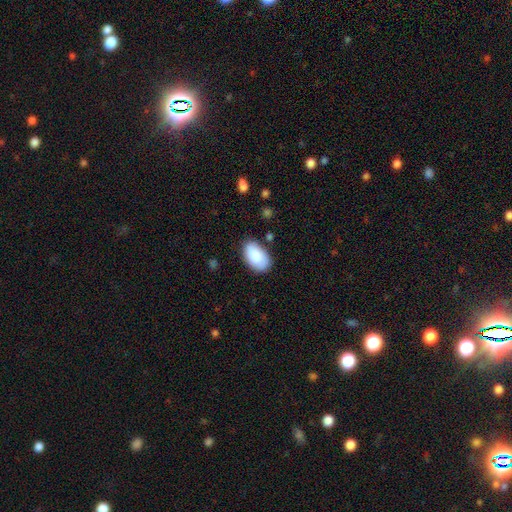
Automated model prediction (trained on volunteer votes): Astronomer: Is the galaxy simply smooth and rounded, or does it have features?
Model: smooth — 88%.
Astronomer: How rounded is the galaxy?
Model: in between — 93%.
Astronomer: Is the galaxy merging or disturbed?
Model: none — 78%.